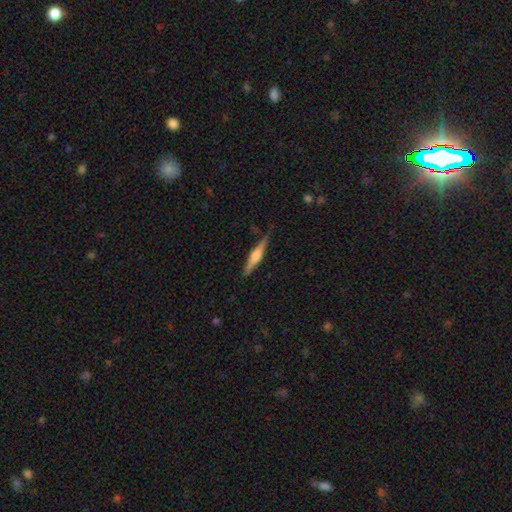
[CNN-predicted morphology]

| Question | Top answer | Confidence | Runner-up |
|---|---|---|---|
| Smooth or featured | featured or disk | 65% | smooth (29%) |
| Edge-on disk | yes | 97% | no (3%) |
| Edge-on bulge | rounded | 76% | boxy (18%) |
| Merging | none | 83% | minor disturbance (13%) |